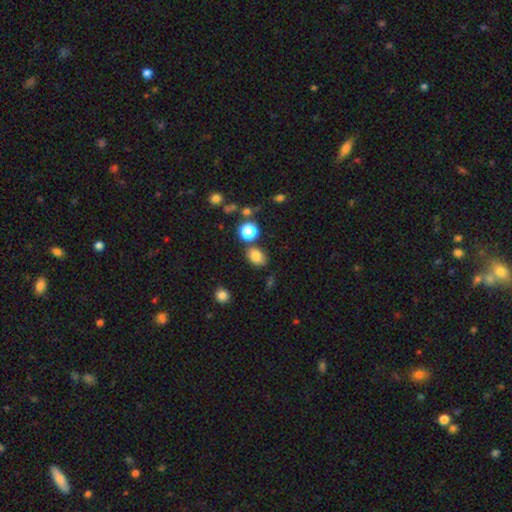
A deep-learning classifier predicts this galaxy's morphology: The model was most divided on "how rounded": in between: 74%, round: 25%, cigar-shaped: 1%. More confident: smooth or featured — smooth (79%); merging — none (75%).